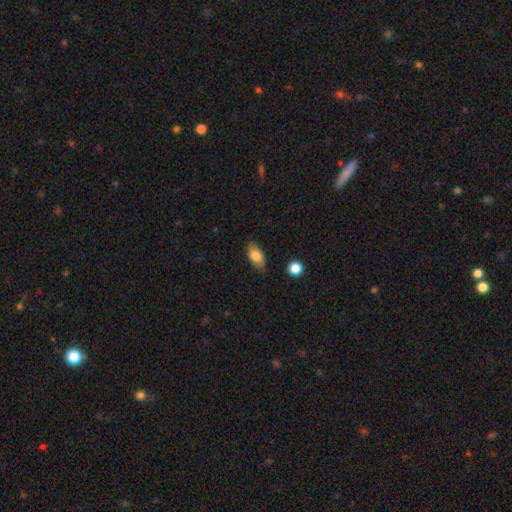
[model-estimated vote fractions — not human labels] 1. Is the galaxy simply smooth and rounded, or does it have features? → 82% smooth, 10% featured or disk, 7% star or artifact.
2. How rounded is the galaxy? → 88% in between, 6% cigar-shaped, 5% round.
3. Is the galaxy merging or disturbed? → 79% none, 15% minor disturbance, 3% major disturbance, 2% merger.